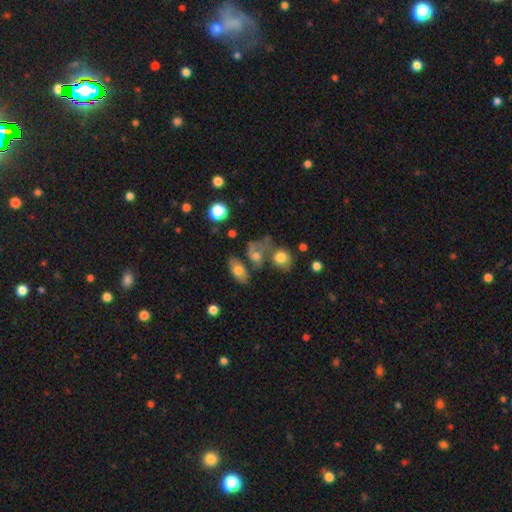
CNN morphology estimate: smooth_or_featured: smooth (p=0.60) [alt: featured or disk p=0.24]
how_rounded: in between (p=0.54) [alt: round p=0.42]
merging: none (p=0.46) [alt: merger p=0.27]